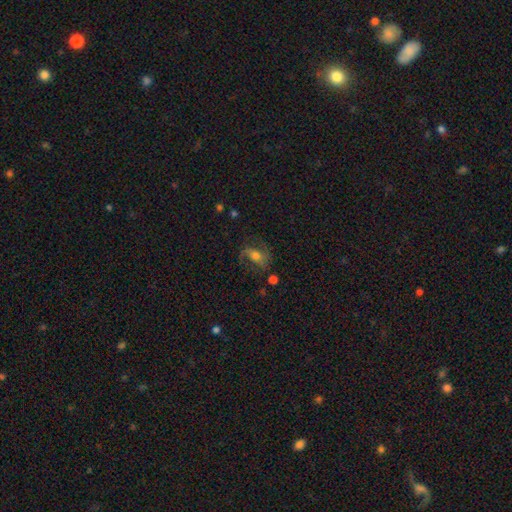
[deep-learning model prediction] A featured or disk galaxy (57%) with a weak bar (37%), spiral arms (82%) and a moderate central bulge (59%). Merging: none (60%).